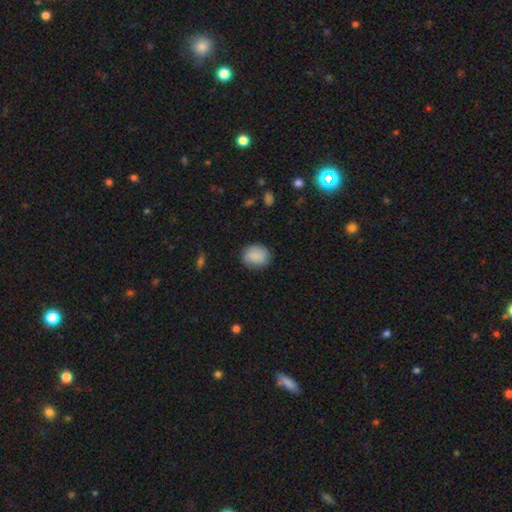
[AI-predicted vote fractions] Smooth or featured? smooth (86%)
How rounded? round (59%)
Merging? none (81%)